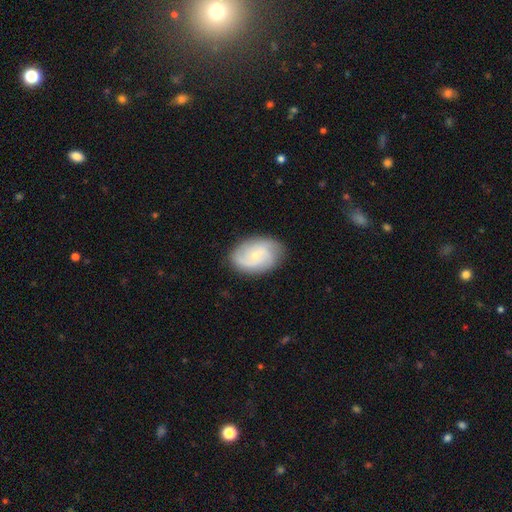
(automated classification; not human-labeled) Smooth or featured?
  - featured or disk: 70% *
  - smooth: 24%
  - star or artifact: 6%
Edge-on disk?
  - no: 97% *
  - yes: 3%
Bar?
  - no: 69% *
  - weak: 28%
  - strong: 4%
Spiral arms?
  - yes: 92% *
  - no: 8%
Spiral winding?
  - medium: 42% *
  - tight: 40%
  - loose: 18%
Spiral arm count?
  - 2: 40% *
  - 3: 24%
  - can't tell: 23%
  - 4: 5%
  - 1: 4%
  - more than 4: 4%
Bulge size?
  - small: 64% *
  - moderate: 33%
  - none: 1%
  - large: 1%
  - dominant: 1%
Merging?
  - none: 81% *
  - minor disturbance: 14%
  - major disturbance: 4%
  - merger: 1%